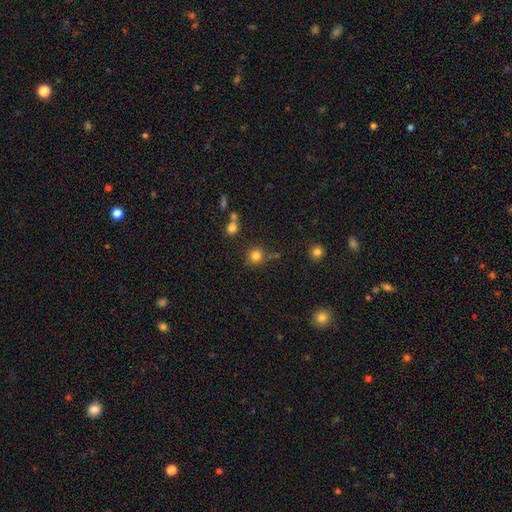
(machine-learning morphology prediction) type=smooth (81%); roundness=round (91%); merging=none (75%).